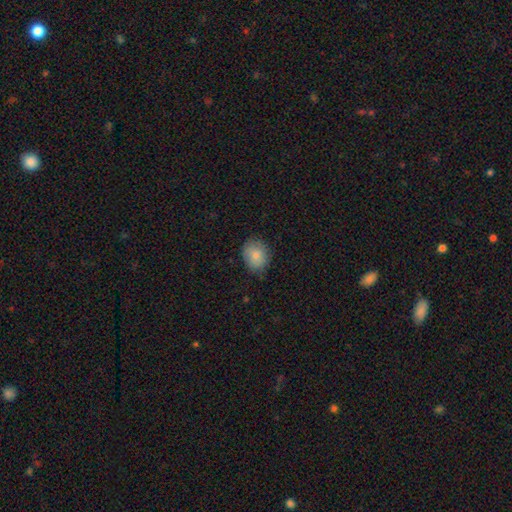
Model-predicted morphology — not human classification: smooth-or-featured: smooth: 82% | featured or disk: 11% | star or artifact: 7%
  how-rounded: round: 54% | in between: 45% | cigar-shaped: 1%
  merging: none: 76% | minor disturbance: 19% | major disturbance: 4% | merger: 1%